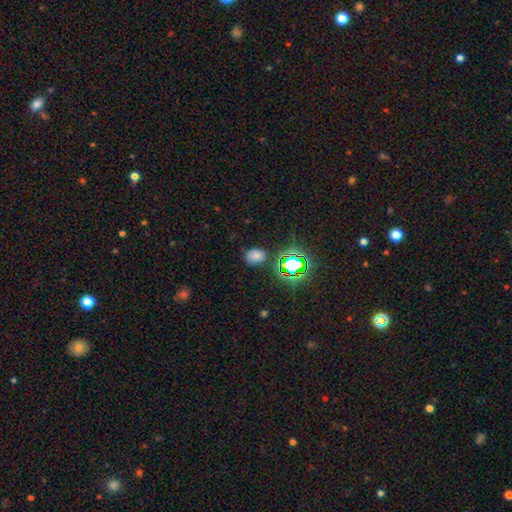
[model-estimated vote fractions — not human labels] Smooth or featured? Predicted: smooth (p=0.68). How rounded? Predicted: in between (p=0.60). Merging? Predicted: none (p=0.77).